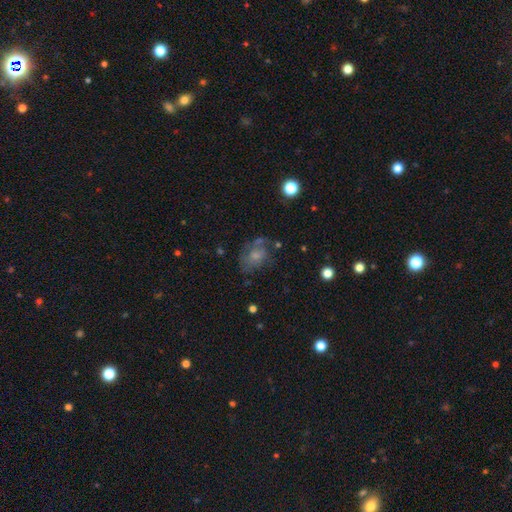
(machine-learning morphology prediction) Smooth or featured? smooth (50%)
How rounded? in between (66%)
Merging? none (43%)